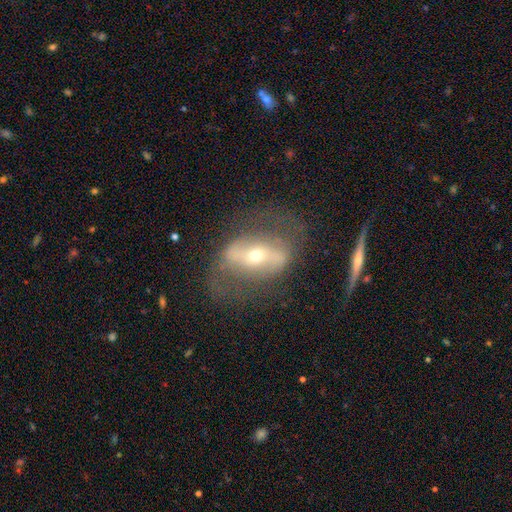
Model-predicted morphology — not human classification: Smooth or featured?
  - featured or disk: 75% *
  - smooth: 18%
  - star or artifact: 7%
Edge-on disk?
  - no: 88% *
  - yes: 12%
Bar?
  - strong: 55% *
  - no: 23%
  - weak: 22%
Spiral arms?
  - yes: 63% *
  - no: 37%
Bulge size?
  - small: 55% *
  - moderate: 40%
  - large: 3%
  - dominant: 2%
  - none: 1%
Merging?
  - none: 61% *
  - major disturbance: 19%
  - minor disturbance: 17%
  - merger: 3%